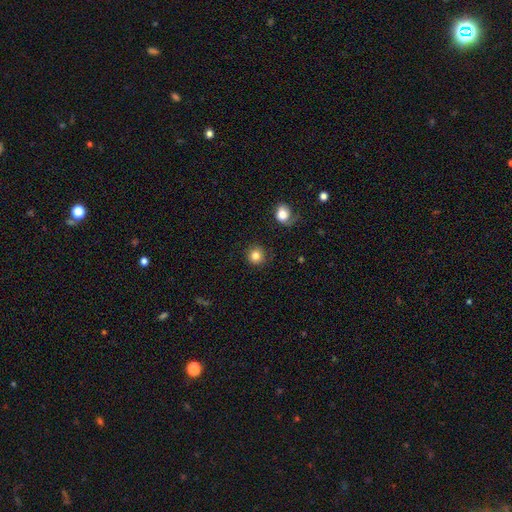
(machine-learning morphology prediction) type=smooth (84%); roundness=round (93%); merging=none (88%).